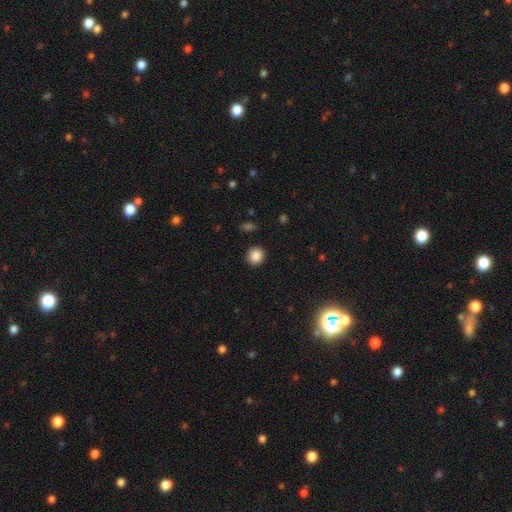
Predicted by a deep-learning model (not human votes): smooth-or-featured: smooth: 87% | star or artifact: 10% | featured or disk: 3%
  how-rounded: round: 88% | in between: 11% | cigar-shaped: 1%
  merging: none: 91% | minor disturbance: 6% | major disturbance: 2% | merger: 1%